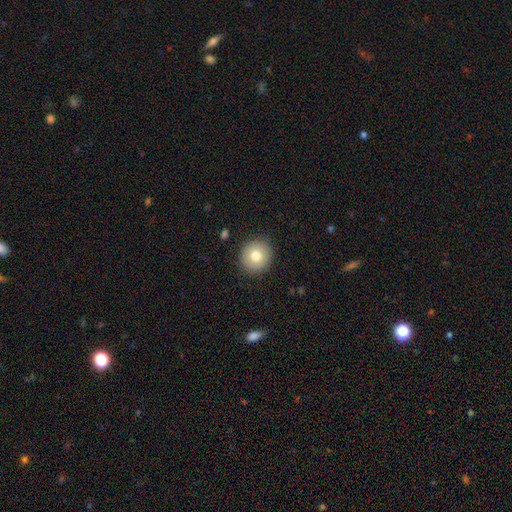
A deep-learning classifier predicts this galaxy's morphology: smooth_or_featured: smooth (p=0.77) [alt: featured or disk p=0.14]
how_rounded: round (p=0.91) [alt: in between p=0.08]
merging: none (p=0.90) [alt: minor disturbance p=0.07]